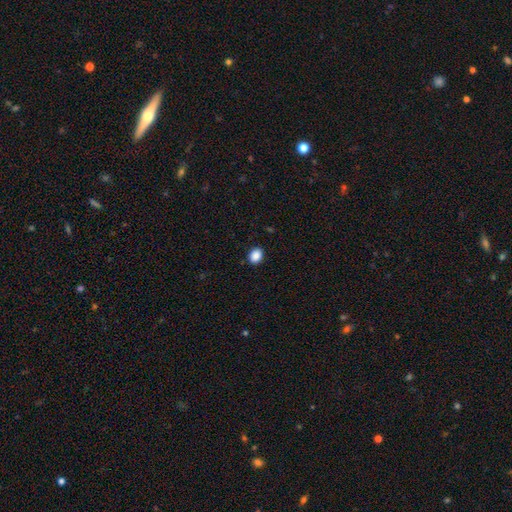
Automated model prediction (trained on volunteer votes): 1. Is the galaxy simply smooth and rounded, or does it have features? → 89% smooth, 9% star or artifact, 2% featured or disk.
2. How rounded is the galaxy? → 51% in between, 48% round, 1% cigar-shaped.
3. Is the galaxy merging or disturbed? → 90% none, 7% minor disturbance, 2% major disturbance, 1% merger.